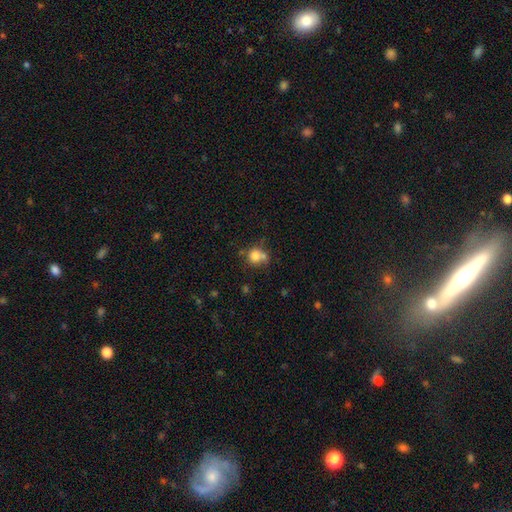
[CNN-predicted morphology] This is likely a smooth galaxy (77%). How rounded: clearly round (81%). Merging: possibly none (46%).